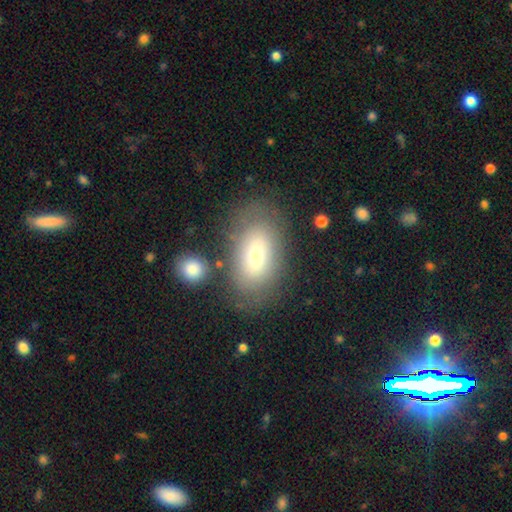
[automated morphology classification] Smooth or featured? smooth (62%)
How rounded? in between (89%)
Merging? none (71%)